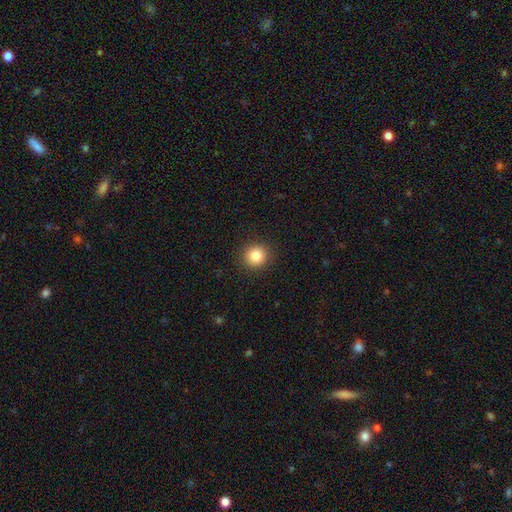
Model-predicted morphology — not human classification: The model was most divided on "smooth or featured": smooth: 85%, star or artifact: 11%, featured or disk: 5%. More confident: how rounded — round (92%); merging — none (92%).